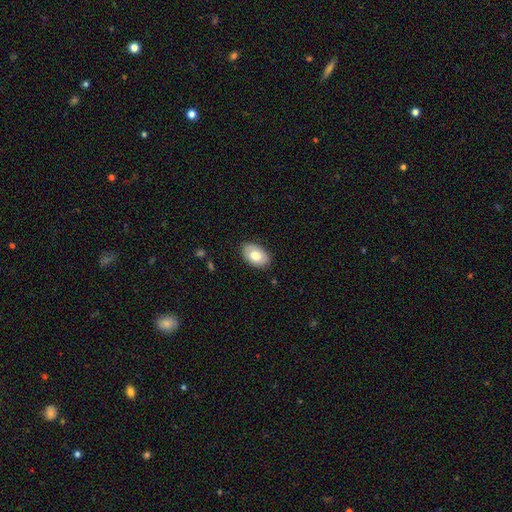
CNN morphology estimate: Q: Smooth or featured?
A: smooth (73%); runner-up: featured or disk (20%)
Q: How rounded?
A: in between (91%); runner-up: round (8%)
Q: Merging?
A: none (83%); runner-up: minor disturbance (13%)